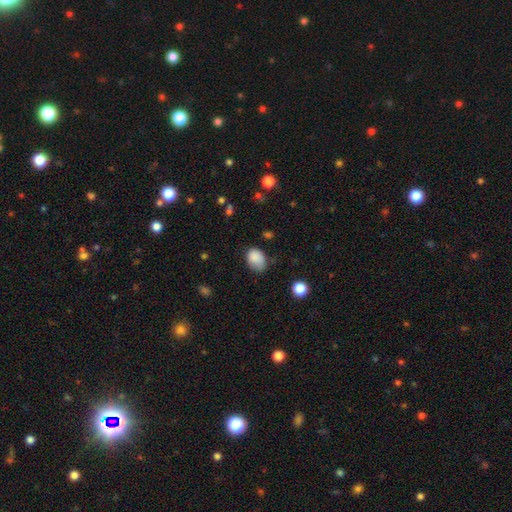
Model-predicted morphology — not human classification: This is clearly a smooth galaxy (85%). How rounded: likely in between (68%). Merging: possibly none (53%).